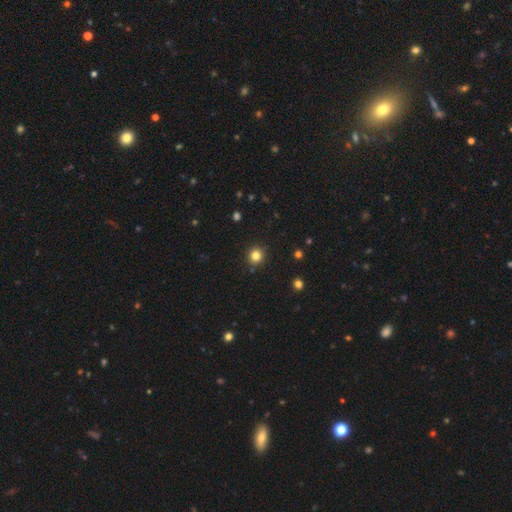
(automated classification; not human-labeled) Smooth or featured? Predicted: smooth (p=0.82). How rounded? Predicted: round (p=0.93). Merging? Predicted: none (p=0.91).